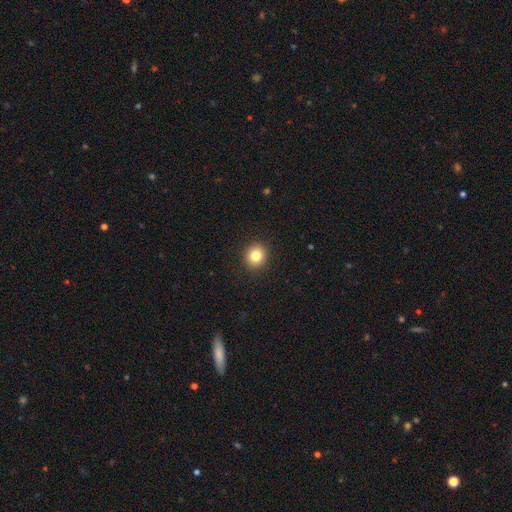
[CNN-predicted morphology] Smooth or featured?
  - smooth: 82% *
  - star or artifact: 11%
  - featured or disk: 7%
How rounded?
  - round: 84% *
  - in between: 15%
  - cigar-shaped: 1%
Merging?
  - none: 92% *
  - minor disturbance: 5%
  - major disturbance: 2%
  - merger: 1%